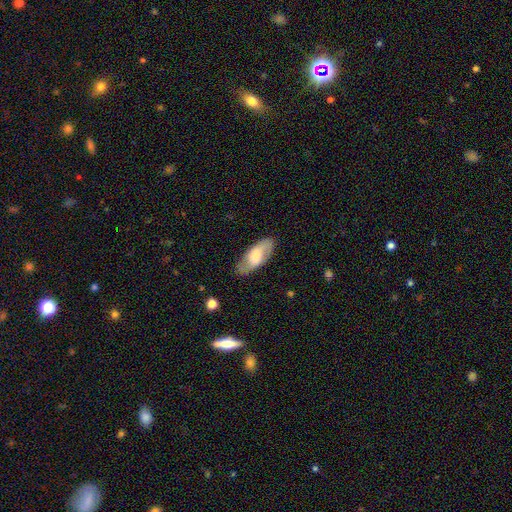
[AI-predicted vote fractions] smooth-or-featured: smooth: 50% | featured or disk: 43% | star or artifact: 6%
  how-rounded: in between: 86% | cigar-shaped: 12% | round: 3%
  merging: none: 80% | minor disturbance: 14% | major disturbance: 4% | merger: 1%